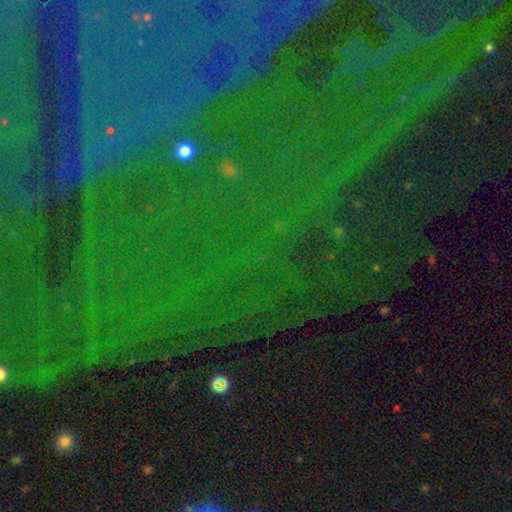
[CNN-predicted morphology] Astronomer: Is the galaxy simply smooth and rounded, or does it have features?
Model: star or artifact — 79%.